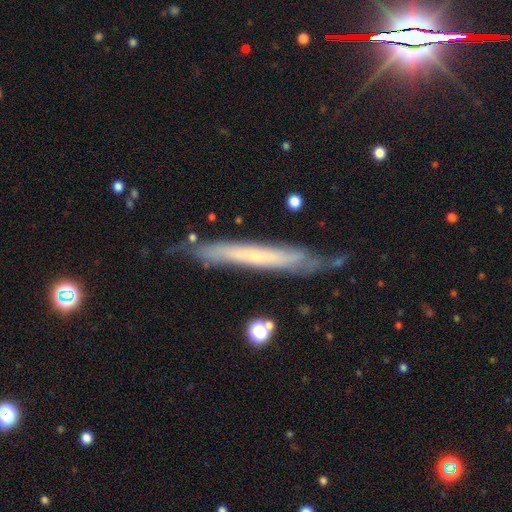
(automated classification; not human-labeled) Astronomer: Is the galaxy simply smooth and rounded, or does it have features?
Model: featured or disk — 62%.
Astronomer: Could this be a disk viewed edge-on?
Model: yes — 76%.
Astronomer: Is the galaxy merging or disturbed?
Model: none — 72%.